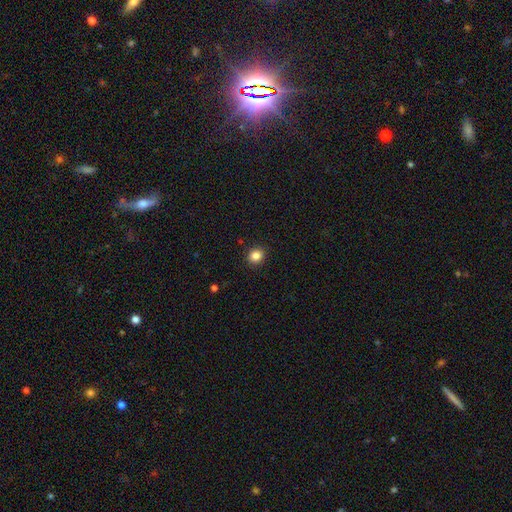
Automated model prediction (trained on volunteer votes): The model was most divided on "how rounded": round: 72%, in between: 27%, cigar-shaped: 1%. More confident: merging — none (91%); smooth or featured — smooth (85%).